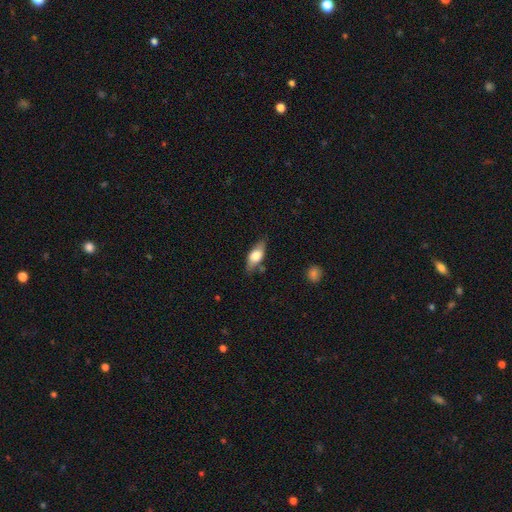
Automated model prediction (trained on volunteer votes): This is likely a smooth galaxy (62%). How rounded: likely in between (78%). Merging: likely none (72%).